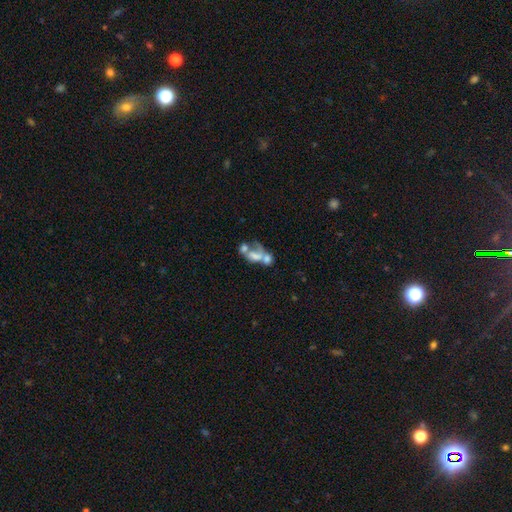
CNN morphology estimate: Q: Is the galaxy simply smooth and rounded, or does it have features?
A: featured or disk — 44%.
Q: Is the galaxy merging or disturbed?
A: merger — 62%.